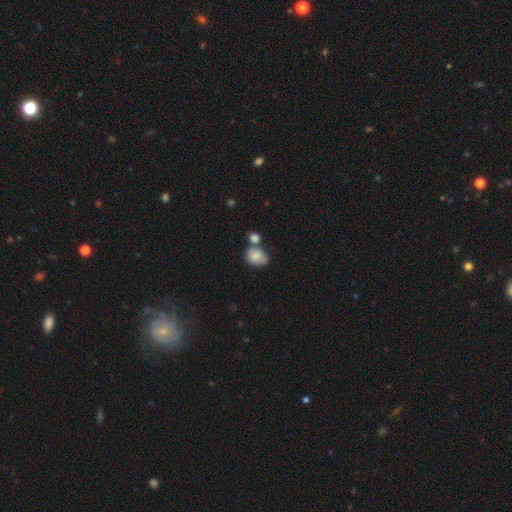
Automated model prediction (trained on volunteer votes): smooth_or_featured: smooth (p=0.81) [alt: featured or disk p=0.11]
how_rounded: in between (p=0.66) [alt: round p=0.33]
merging: none (p=0.40) [alt: merger p=0.37]